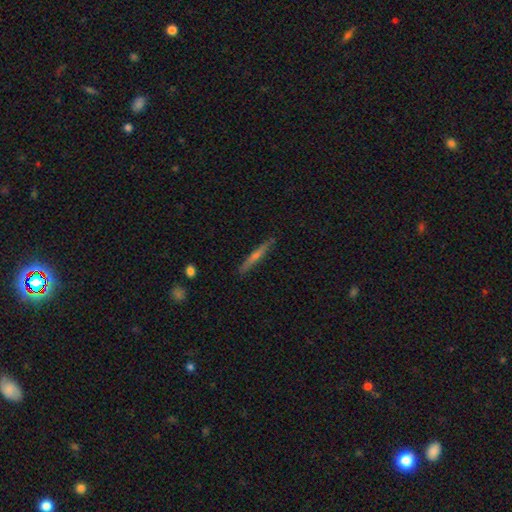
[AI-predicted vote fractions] featured or disk 55%, smooth 39%, star or artifact 7%. Down the decision tree: edge-on disk — yes (97%); edge-on bulge — rounded (59%); merging — none (89%).